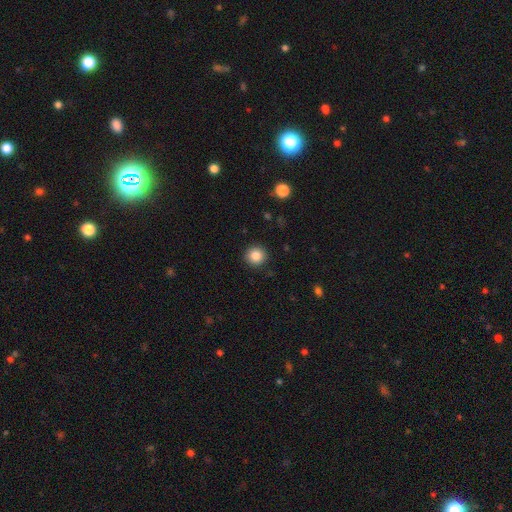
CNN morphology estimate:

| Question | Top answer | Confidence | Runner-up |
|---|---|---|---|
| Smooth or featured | smooth | 86% | star or artifact (10%) |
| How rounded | round | 94% | in between (5%) |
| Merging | none | 92% | minor disturbance (5%) |